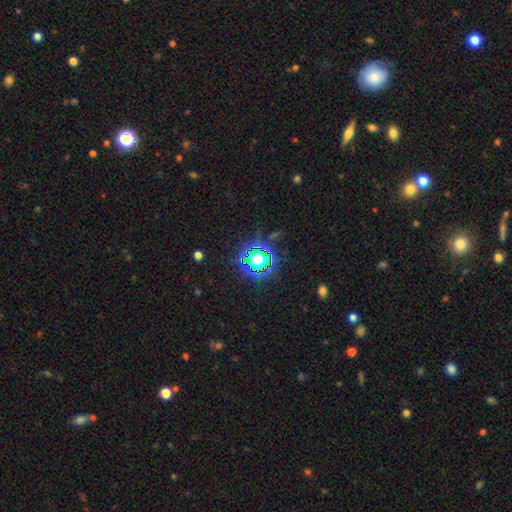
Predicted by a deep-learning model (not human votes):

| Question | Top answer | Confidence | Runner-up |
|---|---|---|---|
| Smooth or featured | star or artifact | 77% | smooth (16%) |